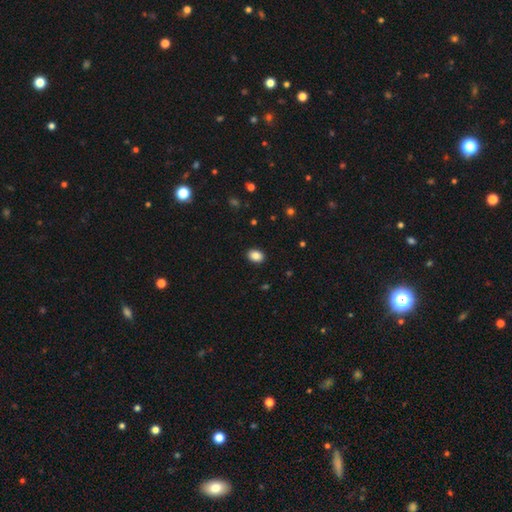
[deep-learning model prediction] Q: Smooth or featured?
A: smooth (87%); runner-up: star or artifact (9%)
Q: How rounded?
A: in between (71%); runner-up: round (28%)
Q: Merging?
A: none (91%); runner-up: minor disturbance (7%)